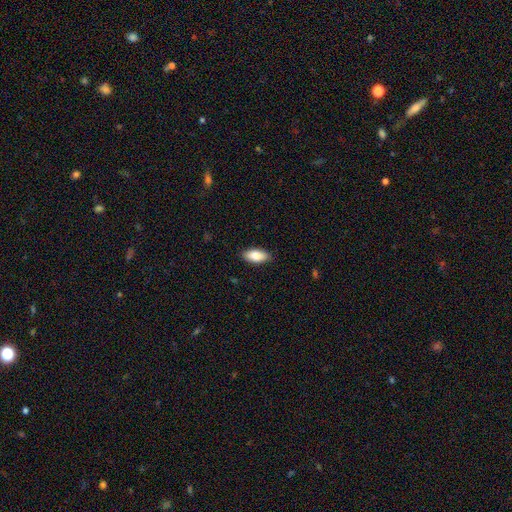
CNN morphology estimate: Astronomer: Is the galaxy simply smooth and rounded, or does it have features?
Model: smooth — 86%.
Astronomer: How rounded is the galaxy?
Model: in between — 90%.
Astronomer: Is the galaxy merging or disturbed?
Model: none — 86%.